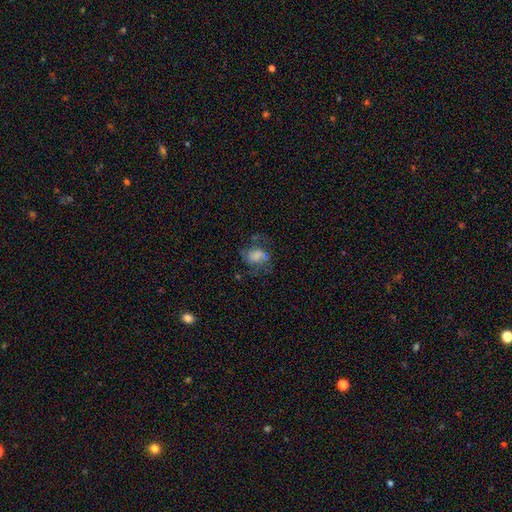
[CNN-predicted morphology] Smooth or featured? featured or disk (47%)
Merging? none (44%)